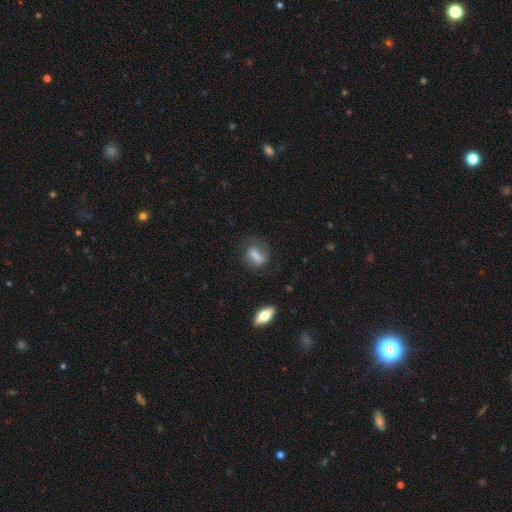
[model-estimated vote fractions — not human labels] smooth-or-featured: smooth: 64% | featured or disk: 26% | star or artifact: 10%
  how-rounded: in between: 61% | cigar-shaped: 19% | round: 19%
  merging: none: 61% | minor disturbance: 23% | major disturbance: 13% | merger: 3%